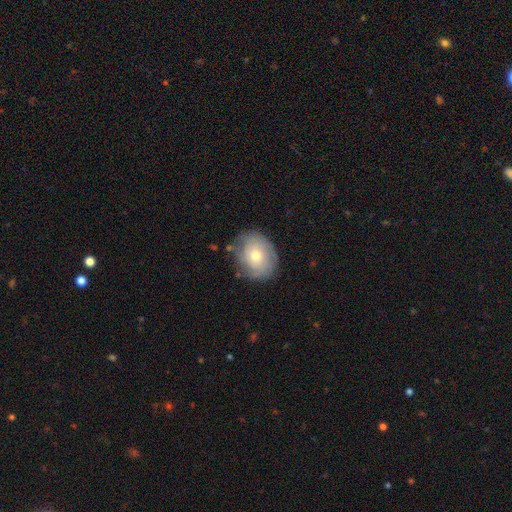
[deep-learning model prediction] The model was most divided on "smooth or featured": smooth: 48%, featured or disk: 44%, star or artifact: 8%. More confident: merging — none (74%).